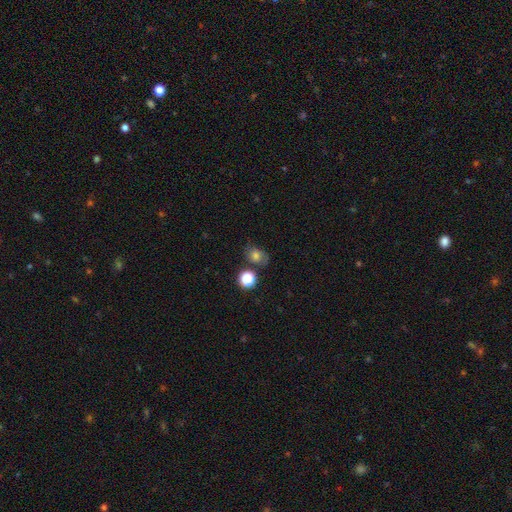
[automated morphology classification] type=smooth (64%); roundness=round (52%); merging=none (61%).